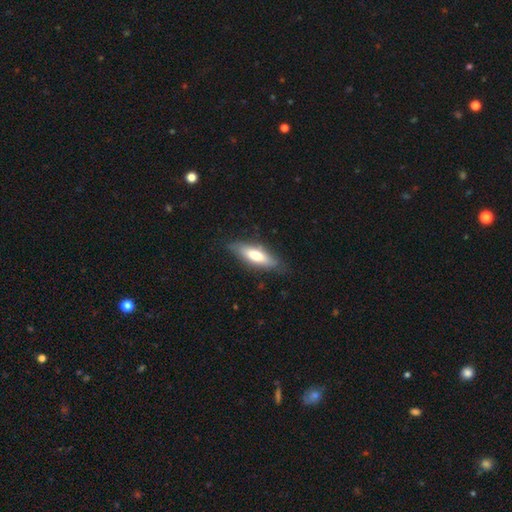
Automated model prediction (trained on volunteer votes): Smooth or featured?
  - smooth: 66% *
  - featured or disk: 28%
  - star or artifact: 6%
How rounded?
  - cigar-shaped: 51% *
  - in between: 47%
  - round: 2%
Merging?
  - none: 80% *
  - minor disturbance: 16%
  - major disturbance: 3%
  - merger: 1%